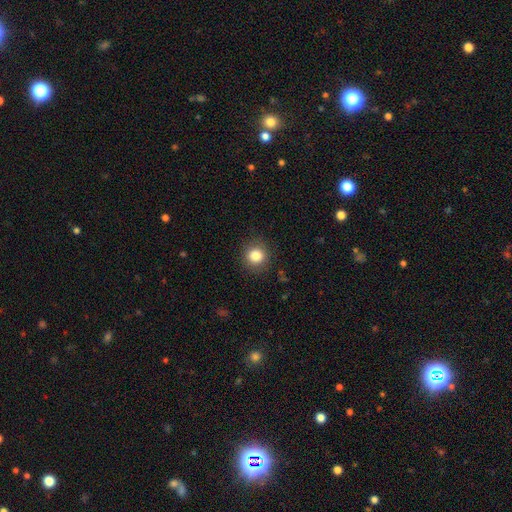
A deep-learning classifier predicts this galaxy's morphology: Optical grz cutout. It shows a smooth galaxy with no disk features (83%) that is round (91%). Merging: none (89%).